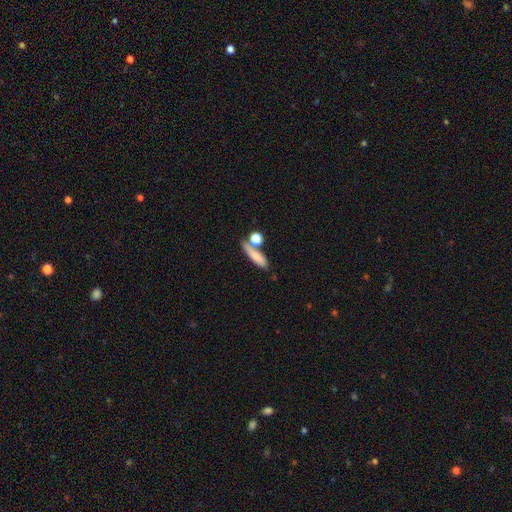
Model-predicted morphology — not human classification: Smooth or featured?
  - smooth: 75% *
  - featured or disk: 16%
  - star or artifact: 9%
How rounded?
  - cigar-shaped: 57% *
  - in between: 32%
  - round: 11%
Merging?
  - none: 56% *
  - merger: 22%
  - minor disturbance: 15%
  - major disturbance: 7%